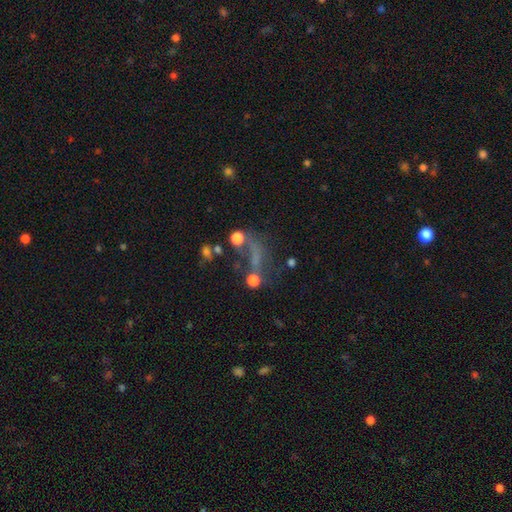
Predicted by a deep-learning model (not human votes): This is marginally a star or artifact rather than a galaxy (38%).